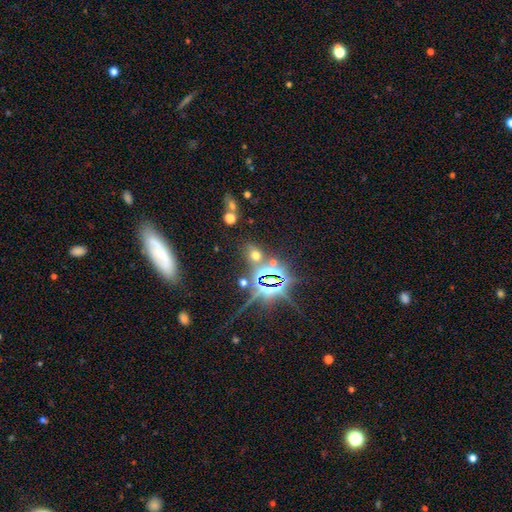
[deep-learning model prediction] Q: Smooth or featured?
A: star or artifact (50%); runner-up: smooth (40%)